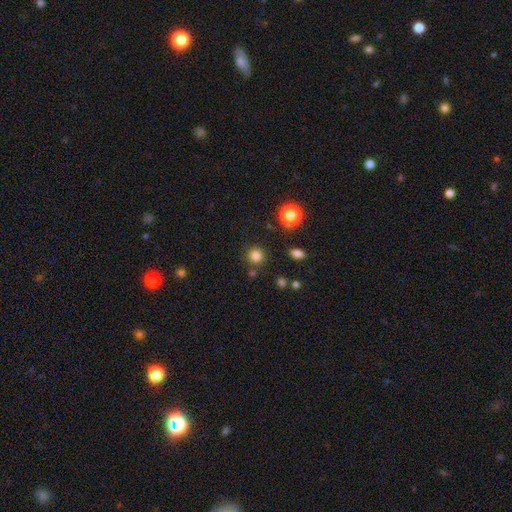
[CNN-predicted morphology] type=smooth (81%); roundness=round (93%); merging=none (83%).